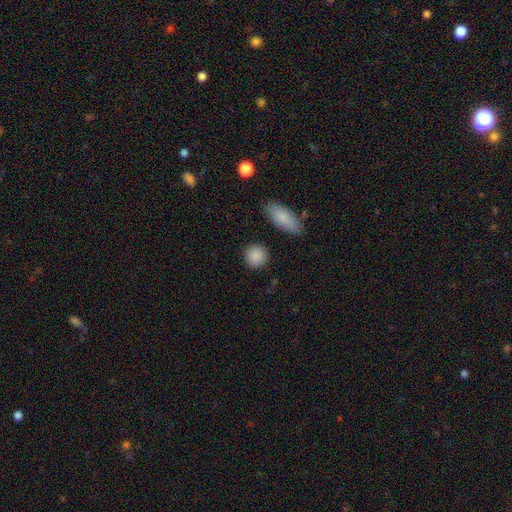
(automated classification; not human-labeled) Smooth or featured?
  - smooth: 88% *
  - star or artifact: 7%
  - featured or disk: 4%
How rounded?
  - round: 89% *
  - in between: 10%
  - cigar-shaped: 2%
Merging?
  - none: 87% *
  - minor disturbance: 8%
  - major disturbance: 3%
  - merger: 3%